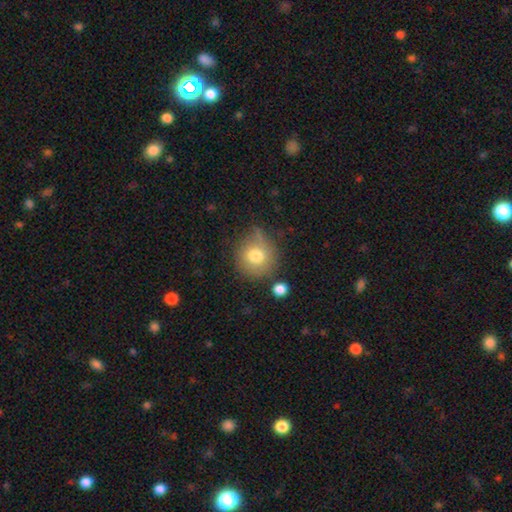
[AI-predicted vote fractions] Smooth or featured: smooth — 75% (featured or disk — 15%)
How rounded: round — 89% (in between — 10%)
Merging: none — 63% (minor disturbance — 22%)